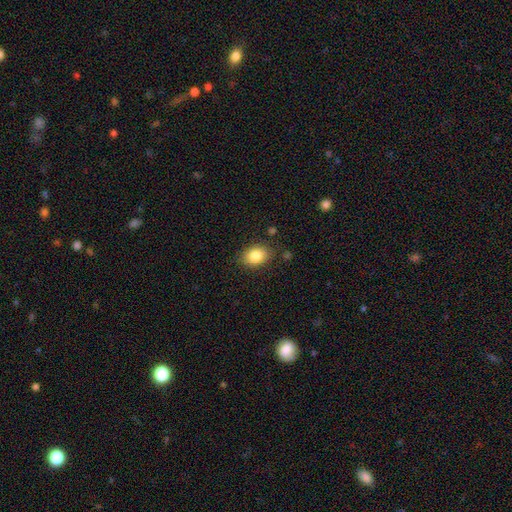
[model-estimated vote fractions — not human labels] Smooth or featured? smooth (84%)
How rounded? in between (74%)
Merging? none (83%)